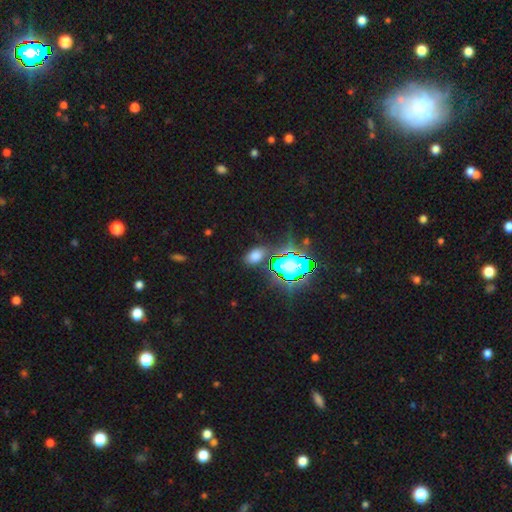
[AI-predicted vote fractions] smooth-or-featured: smooth: 58% | star or artifact: 33% | featured or disk: 9%
  how-rounded: in between: 85% | round: 13% | cigar-shaped: 2%
  merging: none: 77% | minor disturbance: 13% | major disturbance: 5% | merger: 4%